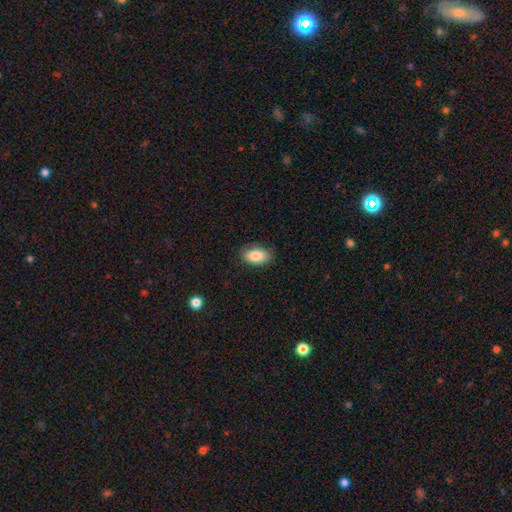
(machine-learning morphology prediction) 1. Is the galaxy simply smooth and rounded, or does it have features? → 87% smooth, 7% star or artifact, 6% featured or disk.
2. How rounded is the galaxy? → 92% in between, 6% round, 2% cigar-shaped.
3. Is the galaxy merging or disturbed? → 82% none, 14% minor disturbance, 3% major disturbance, 1% merger.